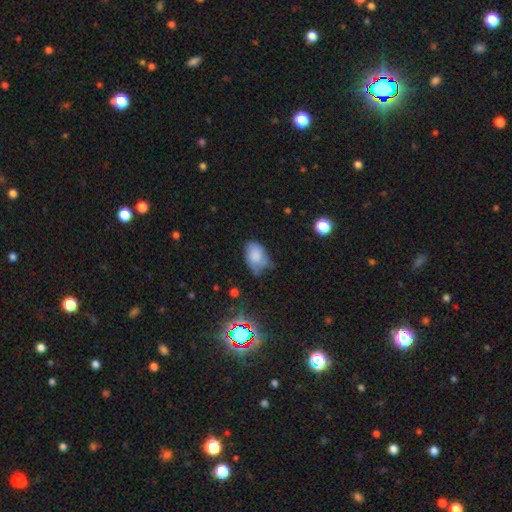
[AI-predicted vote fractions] This appears to be a smooth galaxy with no disk features (71%) that is in between round and cigar-shaped (85%). Merging: none (47%).